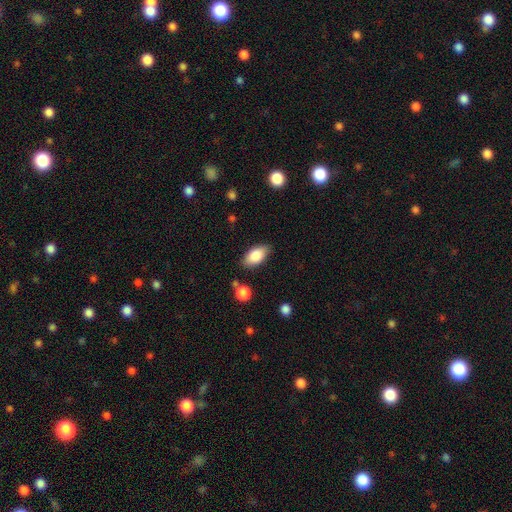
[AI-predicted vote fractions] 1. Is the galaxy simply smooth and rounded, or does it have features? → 83% smooth, 10% featured or disk, 7% star or artifact.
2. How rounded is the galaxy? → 92% in between, 5% cigar-shaped, 3% round.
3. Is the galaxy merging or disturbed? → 83% none, 12% minor disturbance, 3% major disturbance, 3% merger.